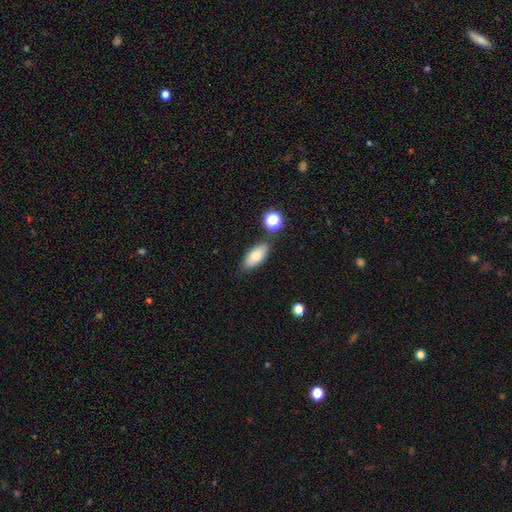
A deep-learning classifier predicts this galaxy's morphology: Smooth or featured: smooth — 75% (featured or disk — 17%)
How rounded: in between — 85% (cigar-shaped — 11%)
Merging: none — 79% (minor disturbance — 12%)